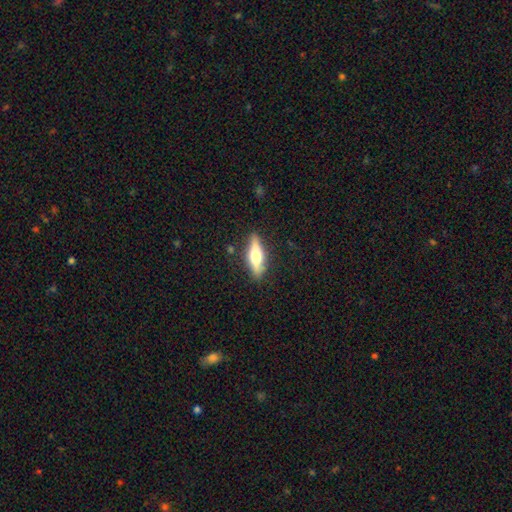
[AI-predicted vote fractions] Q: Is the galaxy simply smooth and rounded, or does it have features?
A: featured or disk — 48%.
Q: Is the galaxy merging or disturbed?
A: none — 85%.